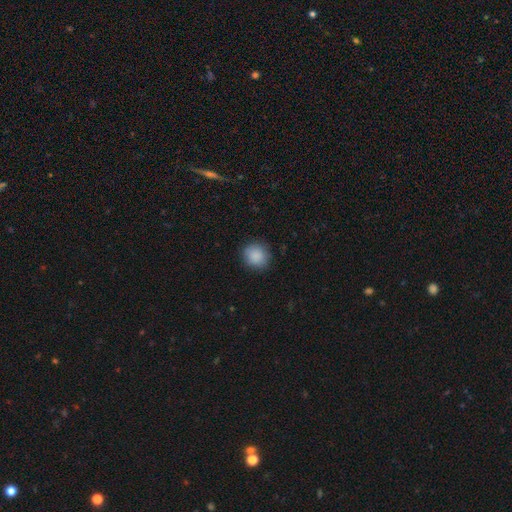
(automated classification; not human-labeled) Q: Smooth or featured?
A: smooth (89%); runner-up: star or artifact (8%)
Q: How rounded?
A: round (89%); runner-up: in between (10%)
Q: Merging?
A: none (87%); runner-up: minor disturbance (10%)